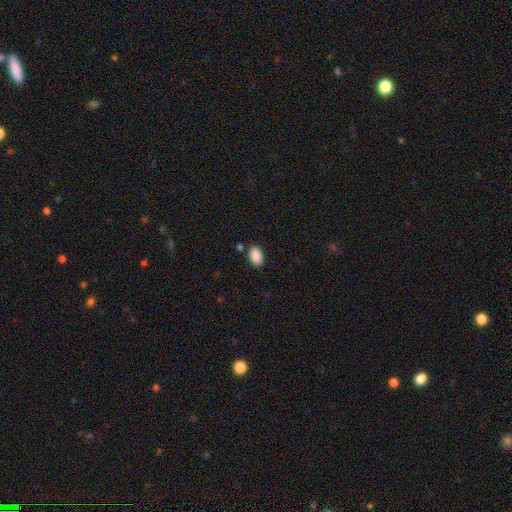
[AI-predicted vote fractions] Smooth or featured: smooth — 90% (star or artifact — 7%)
How rounded: in between — 91% (round — 8%)
Merging: none — 82% (minor disturbance — 11%)